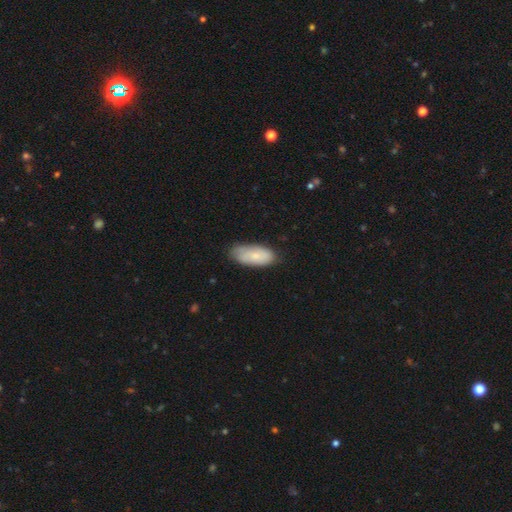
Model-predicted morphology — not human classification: smooth-or-featured: smooth: 73% | featured or disk: 21% | star or artifact: 6%
  how-rounded: in between: 88% | cigar-shaped: 10% | round: 2%
  merging: none: 68% | minor disturbance: 26% | major disturbance: 5% | merger: 1%